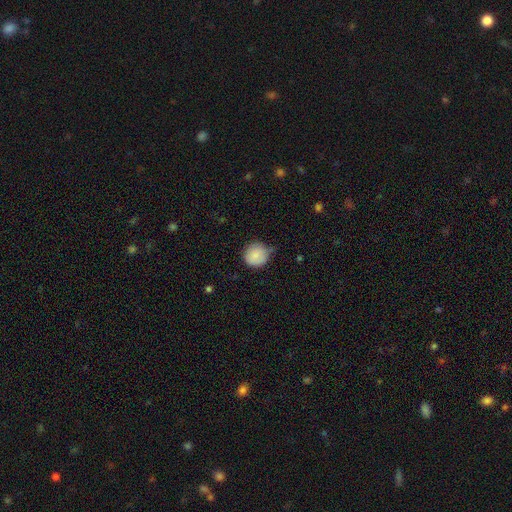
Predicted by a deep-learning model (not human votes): A smooth galaxy with no disk features (86%) that is round (91%).

Vote fractions:
- Smooth or featured? smooth: 86% / star or artifact: 8% / featured or disk: 7%
- How rounded? round: 91% / in between: 8% / cigar-shaped: 1%
- Merging? none: 57% / minor disturbance: 34% / major disturbance: 6% / merger: 2%